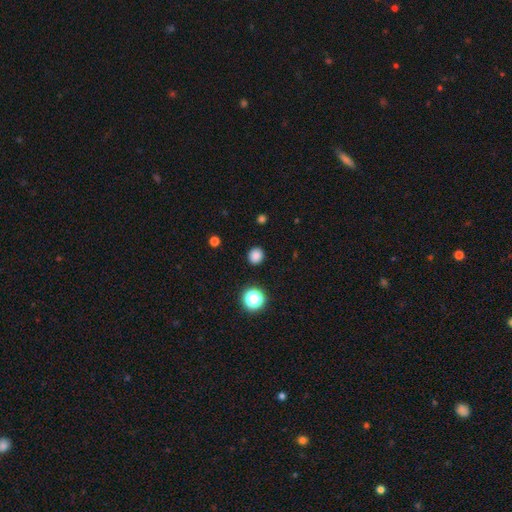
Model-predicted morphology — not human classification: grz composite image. It shows a smooth galaxy with no disk features (83%) that is round (87%). Merging: none (91%).